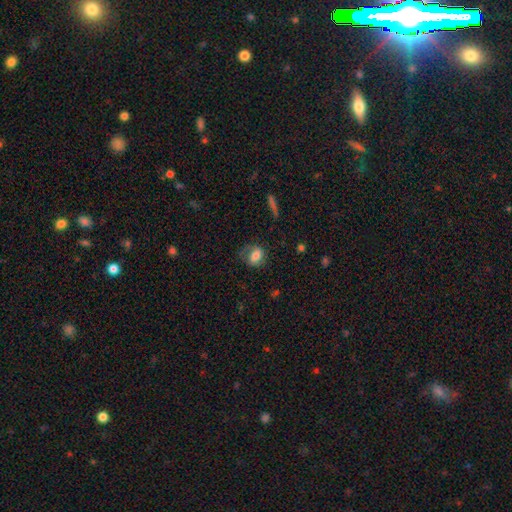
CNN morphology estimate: Q: Smooth or featured?
A: smooth (71%); runner-up: featured or disk (20%)
Q: How rounded?
A: in between (63%); runner-up: round (35%)
Q: Merging?
A: none (52%); runner-up: minor disturbance (25%)